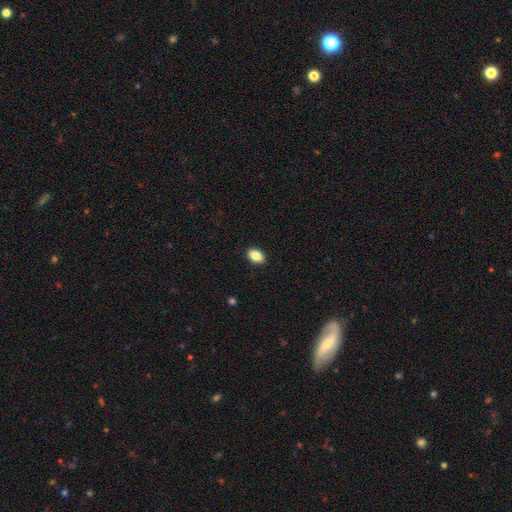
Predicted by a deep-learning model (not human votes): Smooth or featured: smooth — 87% (star or artifact — 8%)
How rounded: in between — 89% (round — 9%)
Merging: none — 91% (minor disturbance — 7%)